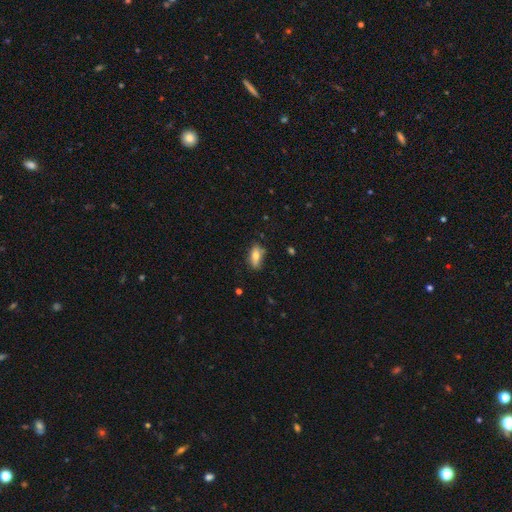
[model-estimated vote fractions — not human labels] Smooth or featured?
  - smooth: 75% *
  - featured or disk: 18%
  - star or artifact: 8%
How rounded?
  - in between: 80% *
  - cigar-shaped: 16%
  - round: 4%
Merging?
  - none: 74% *
  - minor disturbance: 19%
  - major disturbance: 4%
  - merger: 3%